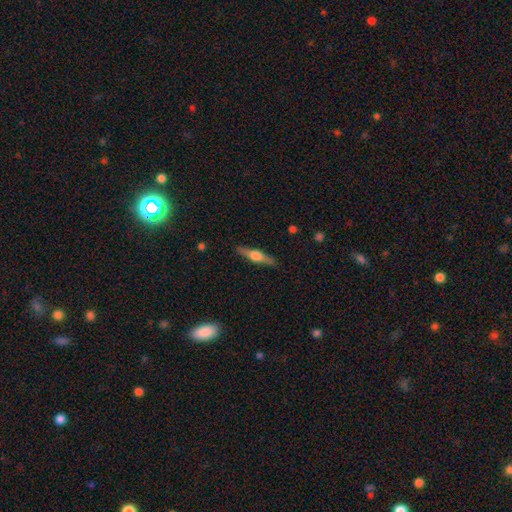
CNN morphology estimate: Overall: featured or disk (69%). Edge-on disk: yes (97%). Edge-on bulge: rounded (92%). Merging: none (90%).